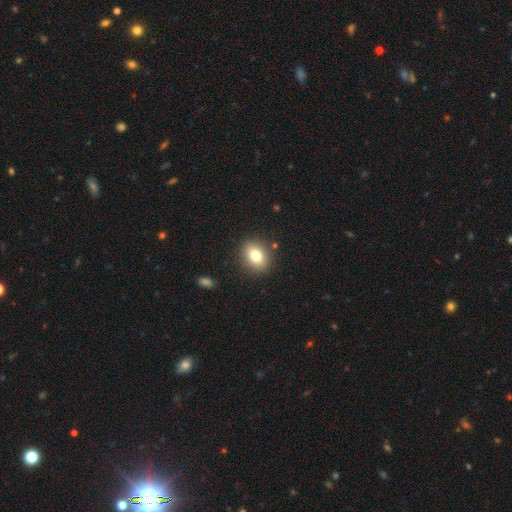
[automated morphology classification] A smooth galaxy with no disk features (78%) that is in between round and cigar-shaped (50%).

Vote fractions:
- Smooth or featured? smooth: 78% / featured or disk: 12% / star or artifact: 10%
- How rounded? in between: 50% / round: 48% / cigar-shaped: 1%
- Merging? none: 87% / minor disturbance: 8% / major disturbance: 3% / merger: 2%